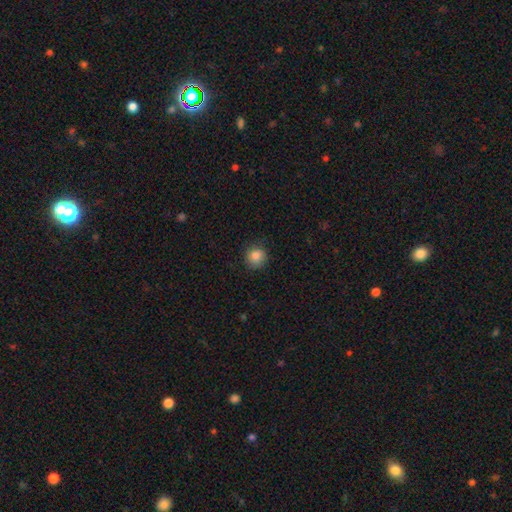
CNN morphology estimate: This appears to be a smooth galaxy with no disk features (85%) that is round (91%). Merging: none (84%).